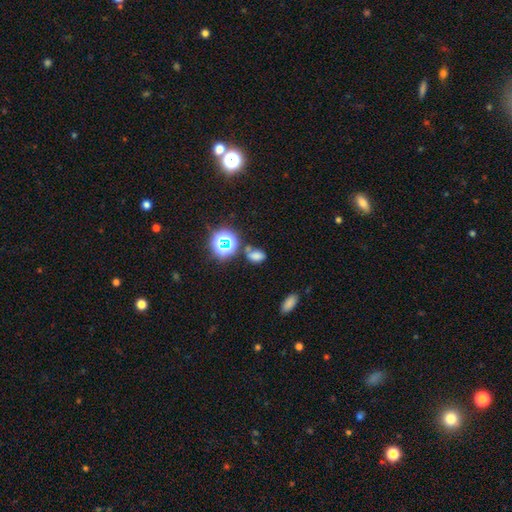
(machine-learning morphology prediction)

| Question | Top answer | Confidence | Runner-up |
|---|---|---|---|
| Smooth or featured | smooth | 64% | star or artifact (26%) |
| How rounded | in between | 79% | round (19%) |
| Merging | none | 55% | minor disturbance (20%) |